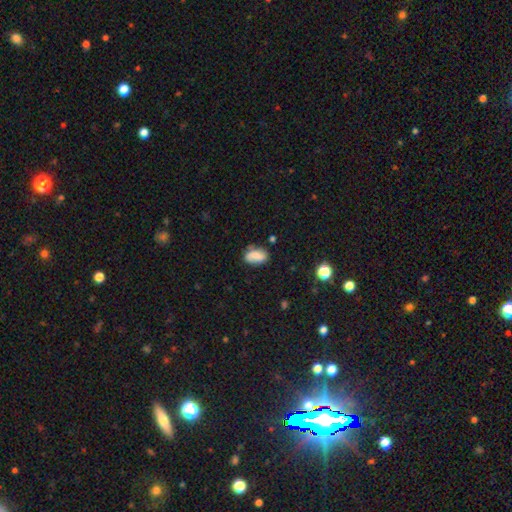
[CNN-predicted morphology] This appears to be a smooth galaxy with no disk features (78%) that is in between round and cigar-shaped (89%). Merging: none (65%).